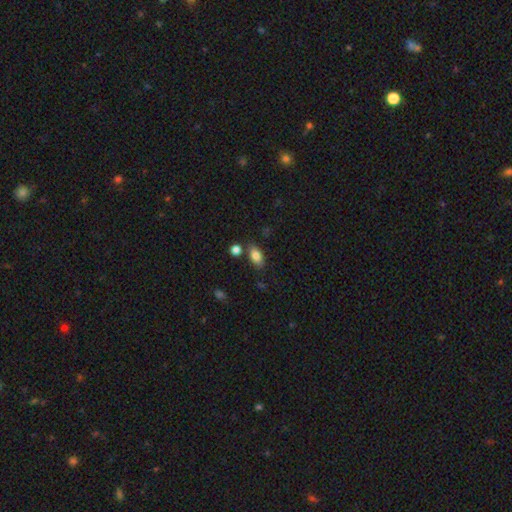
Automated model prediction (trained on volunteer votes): smooth-or-featured: smooth: 83% | featured or disk: 9% | star or artifact: 8%
  how-rounded: in between: 88% | round: 7% | cigar-shaped: 5%
  merging: none: 76% | minor disturbance: 13% | merger: 8% | major disturbance: 3%